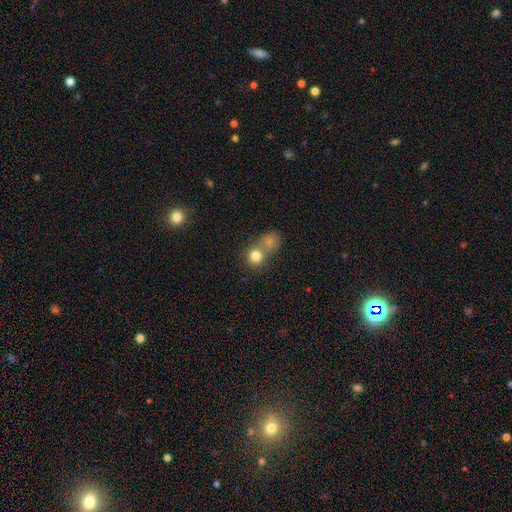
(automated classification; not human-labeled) Smooth or featured? Predicted: smooth (p=0.79). How rounded? Predicted: round (p=0.84). Merging? Predicted: merger (p=0.48).